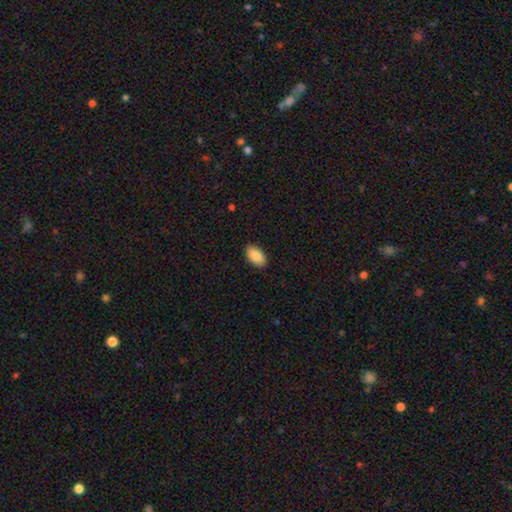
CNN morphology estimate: type=smooth (89%); roundness=in between (95%); merging=none (89%).